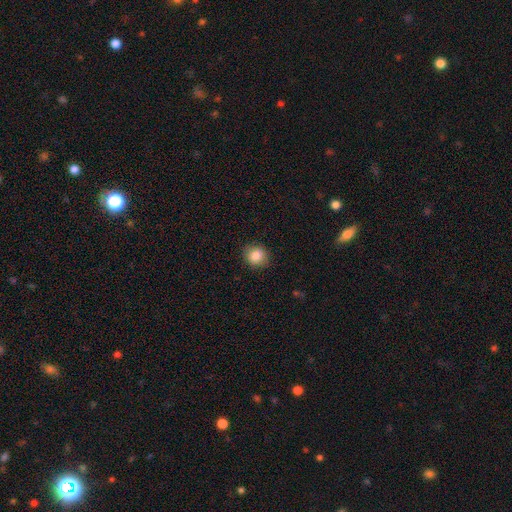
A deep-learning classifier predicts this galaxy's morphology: Q: Smooth or featured?
A: smooth (86%); runner-up: star or artifact (9%)
Q: How rounded?
A: round (81%); runner-up: in between (18%)
Q: Merging?
A: none (86%); runner-up: minor disturbance (10%)